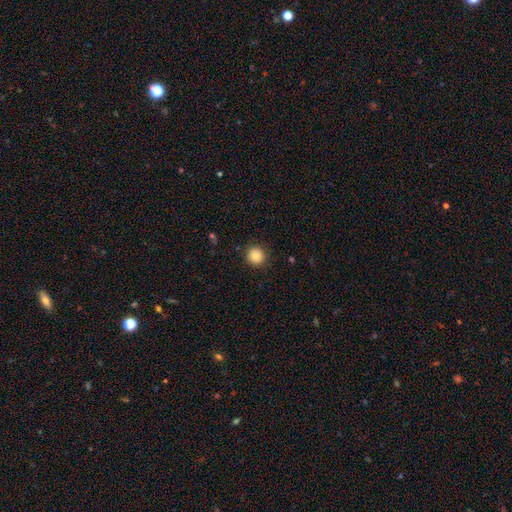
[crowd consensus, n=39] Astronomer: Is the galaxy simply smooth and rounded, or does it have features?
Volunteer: smooth — 90%.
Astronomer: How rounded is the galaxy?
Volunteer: round — 94%.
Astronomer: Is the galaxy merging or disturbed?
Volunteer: none — 94%.